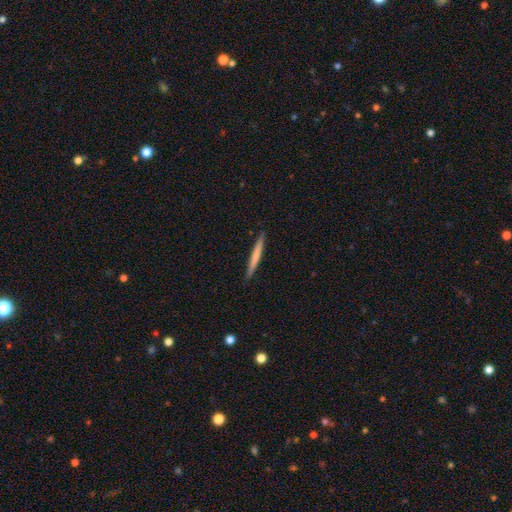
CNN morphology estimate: Q: Smooth or featured?
A: smooth (64%); runner-up: featured or disk (31%)
Q: How rounded?
A: cigar-shaped (97%); runner-up: in between (2%)
Q: Merging?
A: none (91%); runner-up: minor disturbance (7%)